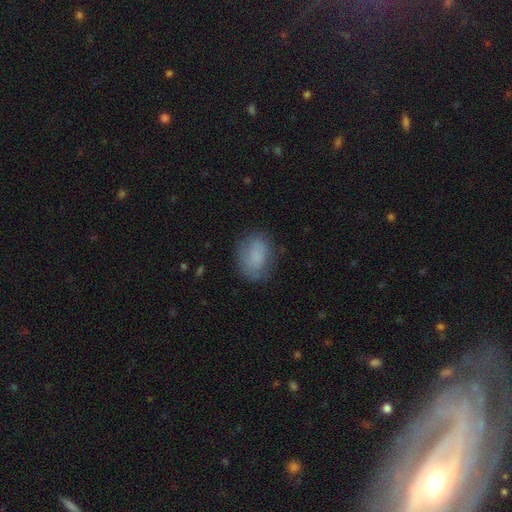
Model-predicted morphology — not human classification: Q: Smooth or featured?
A: smooth (77%); runner-up: featured or disk (14%)
Q: How rounded?
A: in between (73%); runner-up: round (25%)
Q: Merging?
A: none (71%); runner-up: minor disturbance (21%)